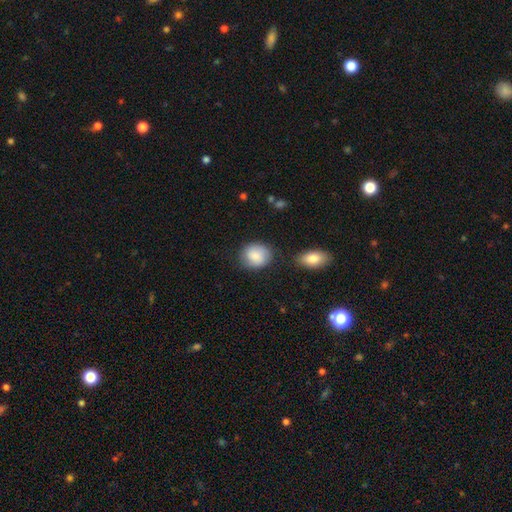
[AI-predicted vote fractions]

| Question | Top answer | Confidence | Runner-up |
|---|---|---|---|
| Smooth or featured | smooth | 85% | featured or disk (9%) |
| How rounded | round | 64% | in between (35%) |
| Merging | none | 73% | minor disturbance (18%) |